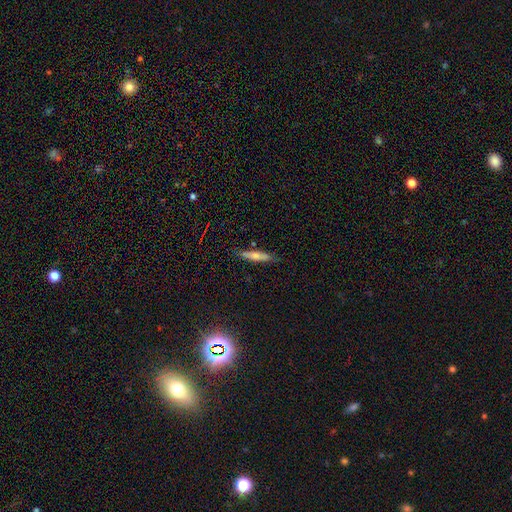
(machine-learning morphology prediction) smooth-or-featured: smooth: 62% | featured or disk: 30% | star or artifact: 8%
  how-rounded: cigar-shaped: 83% | in between: 15% | round: 2%
  merging: none: 81% | minor disturbance: 14% | major disturbance: 2% | merger: 2%